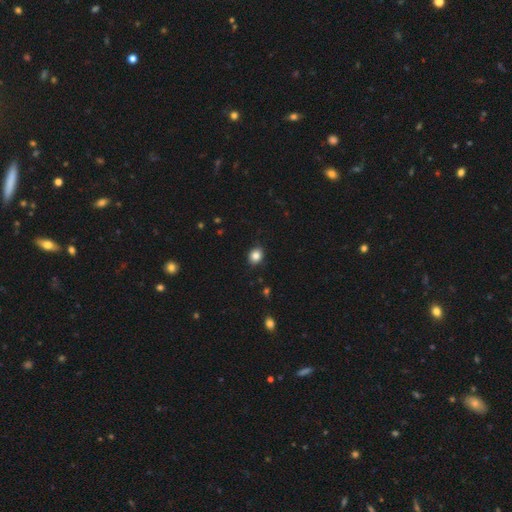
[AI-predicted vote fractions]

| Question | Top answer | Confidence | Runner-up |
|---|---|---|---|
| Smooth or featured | smooth | 84% | star or artifact (10%) |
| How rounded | round | 62% | in between (37%) |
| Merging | none | 86% | minor disturbance (10%) |